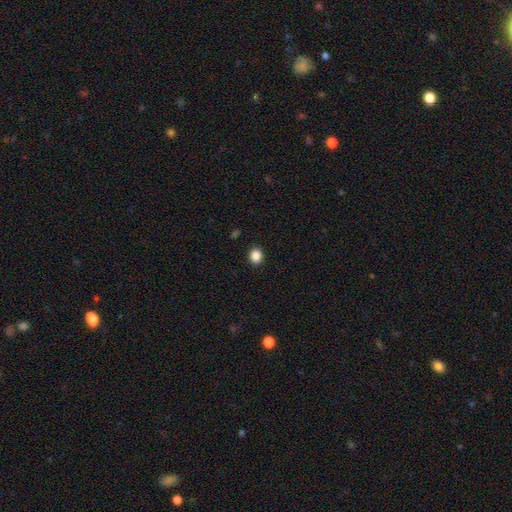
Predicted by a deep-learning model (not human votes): A smooth galaxy with no disk features (87%) that is round (72%).

Vote fractions:
- Smooth or featured? smooth: 87% / star or artifact: 10% / featured or disk: 3%
- How rounded? round: 72% / in between: 27% / cigar-shaped: 1%
- Merging? none: 91% / minor disturbance: 6% / major disturbance: 2% / merger: 1%